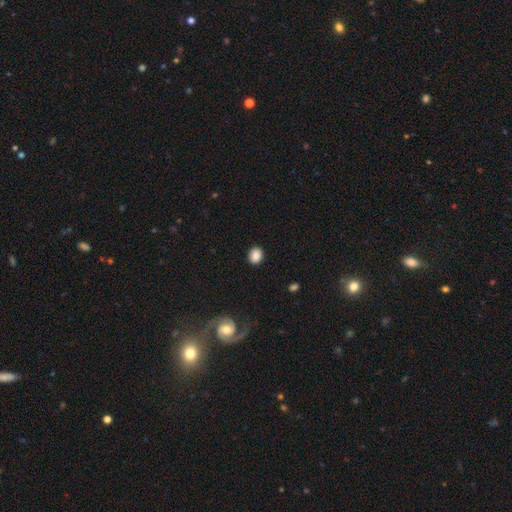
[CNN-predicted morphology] The model was most divided on "how rounded": round: 62%, in between: 37%, cigar-shaped: 1%. More confident: merging — none (90%); smooth or featured — smooth (87%).